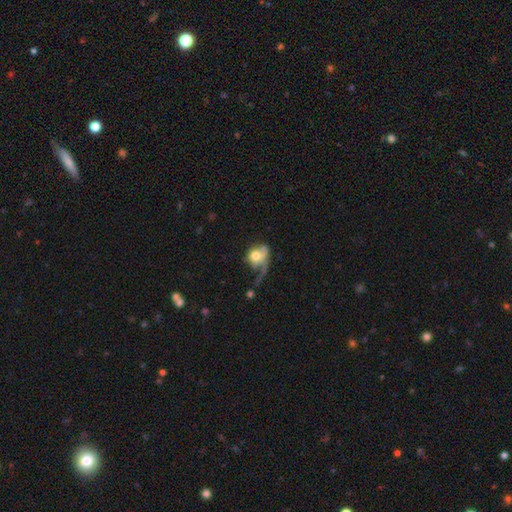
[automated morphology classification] This appears to be a smooth galaxy with no disk features (56%) that is round (53%). Merging: major disturbance (50%).